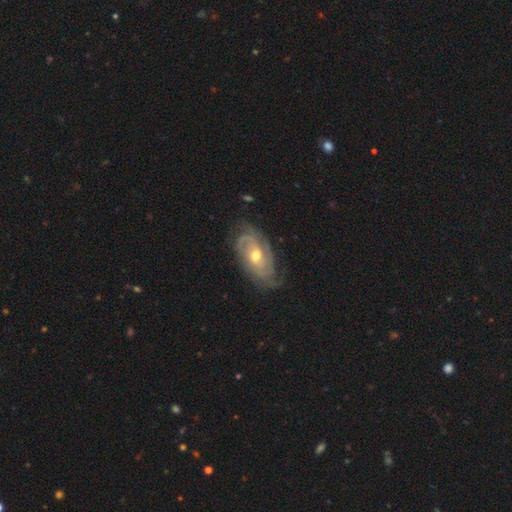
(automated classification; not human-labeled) Smooth or featured?
  - featured or disk: 87% *
  - smooth: 8%
  - star or artifact: 5%
Edge-on disk?
  - no: 95% *
  - yes: 5%
Bar?
  - no: 61% *
  - weak: 31%
  - strong: 8%
Spiral arms?
  - yes: 96% *
  - no: 4%
Spiral winding?
  - tight: 63% *
  - medium: 29%
  - loose: 7%
Spiral arm count?
  - 2: 30% *
  - 3: 26%
  - can't tell: 26%
  - 4: 9%
  - 1: 5%
  - more than 4: 5%
Bulge size?
  - moderate: 72% *
  - small: 23%
  - large: 4%
  - none: 1%
  - dominant: 1%
Merging?
  - none: 71% *
  - minor disturbance: 21%
  - major disturbance: 7%
  - merger: 1%